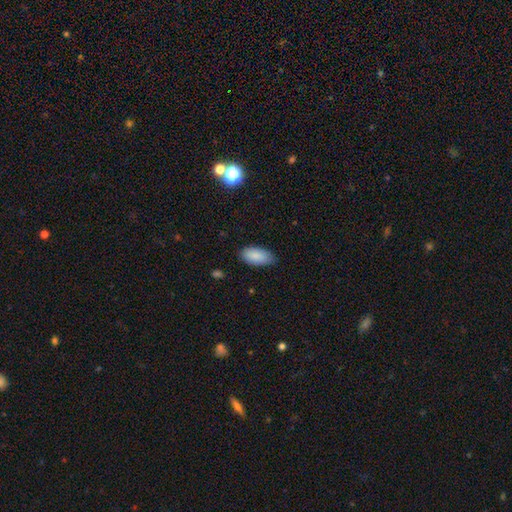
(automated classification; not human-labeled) This appears to be a smooth galaxy with no disk features (88%) that is in between round and cigar-shaped (93%). Merging: none (78%).